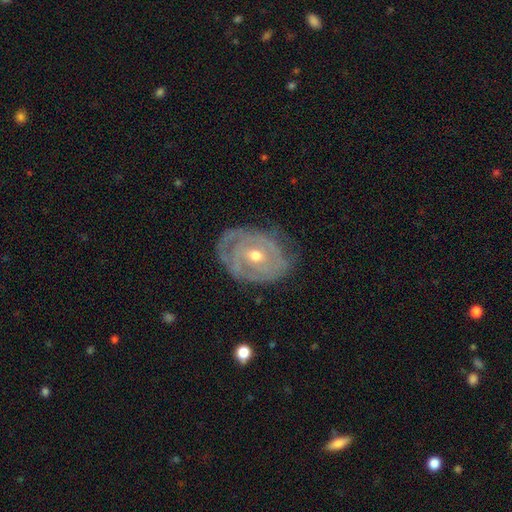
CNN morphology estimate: This appears to be a featured or disk galaxy (79%) with no bar (62%), tight (72%) spiral arms (78%) and a moderate central bulge (61%). Merging: none (64%).